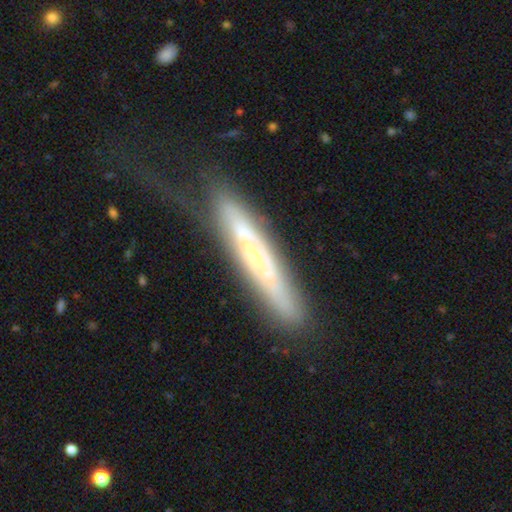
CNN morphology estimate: Smooth or featured?
  - featured or disk: 68% *
  - smooth: 25%
  - star or artifact: 7%
Edge-on disk?
  - yes: 63% *
  - no: 37%
Merging?
  - none: 56% *
  - minor disturbance: 25%
  - major disturbance: 16%
  - merger: 3%